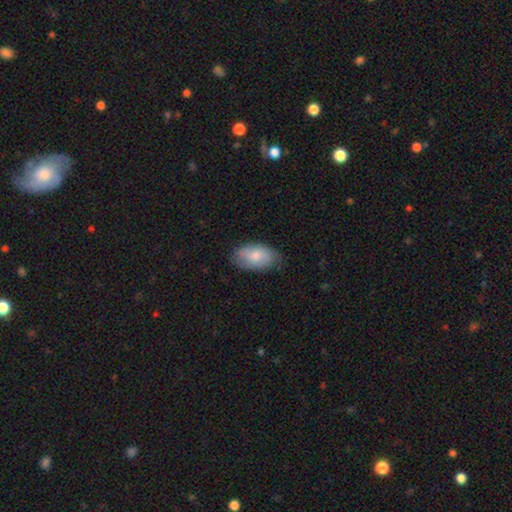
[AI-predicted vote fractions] This is likely a smooth galaxy (65%). How rounded: clearly in between (93%). Merging: likely none (72%).